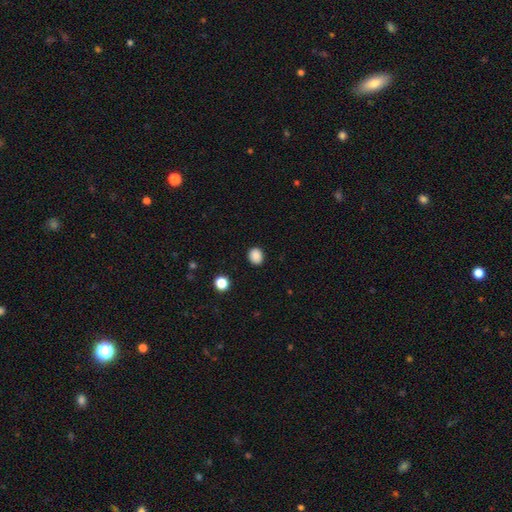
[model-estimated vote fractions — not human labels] Smooth or featured: smooth — 88% (star or artifact — 10%)
How rounded: round — 66% (in between — 34%)
Merging: none — 90% (minor disturbance — 7%)